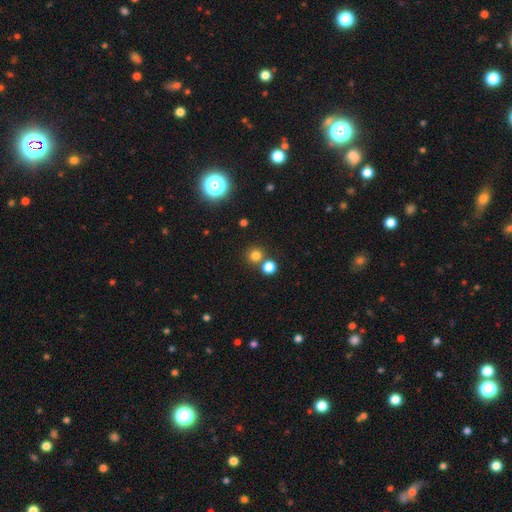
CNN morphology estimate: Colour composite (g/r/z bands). It shows a smooth galaxy with no disk features (76%) that is round (92%). Merging: none (71%).